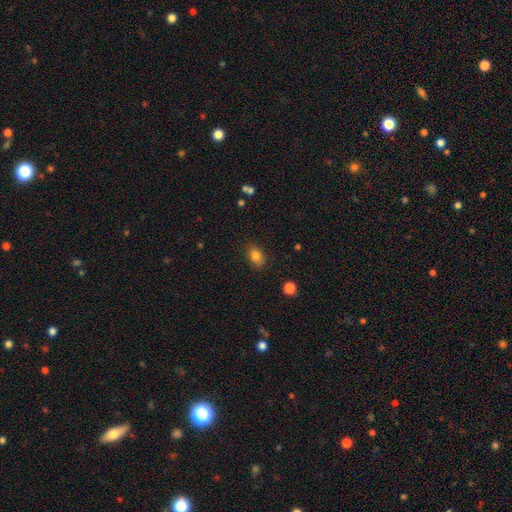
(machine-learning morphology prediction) smooth 82%, star or artifact 11%, featured or disk 7%. Down the decision tree: how rounded — in between (72%); merging — none (84%).